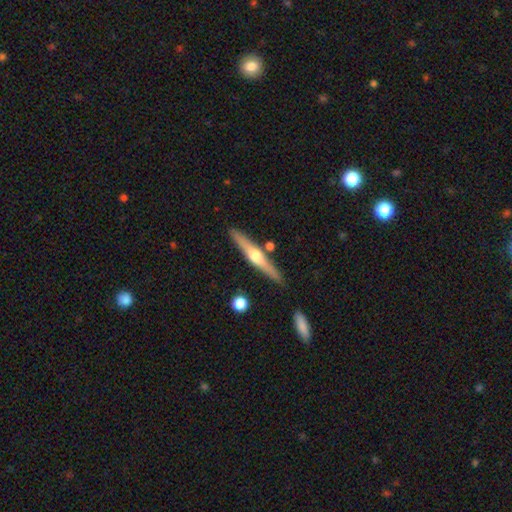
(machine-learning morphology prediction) Smooth or featured: featured or disk — 69% (smooth — 26%)
Edge-on disk: yes — 97% (no — 3%)
Edge-on bulge: rounded — 93% (none — 4%)
Merging: none — 85% (minor disturbance — 9%)